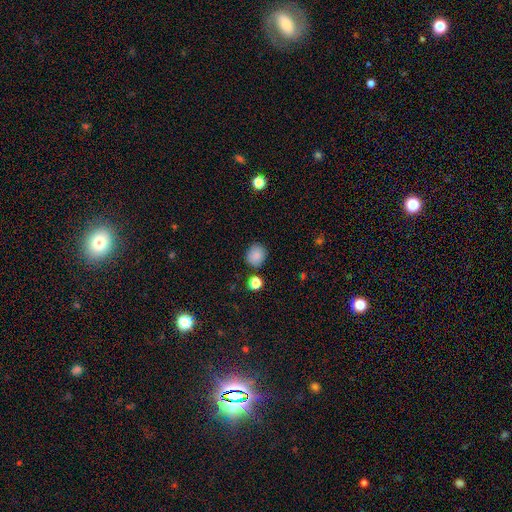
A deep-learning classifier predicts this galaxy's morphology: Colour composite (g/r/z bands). It shows a smooth galaxy with no disk features (86%) that is round (75%). Merging: none (82%).